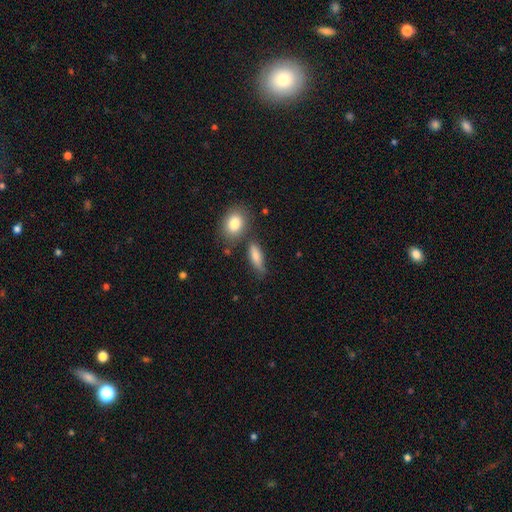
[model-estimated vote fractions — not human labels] Smooth or featured?
  - smooth: 80% *
  - featured or disk: 12%
  - star or artifact: 8%
How rounded?
  - in between: 63% *
  - cigar-shaped: 31%
  - round: 6%
Merging?
  - none: 62% *
  - minor disturbance: 20%
  - merger: 11%
  - major disturbance: 6%